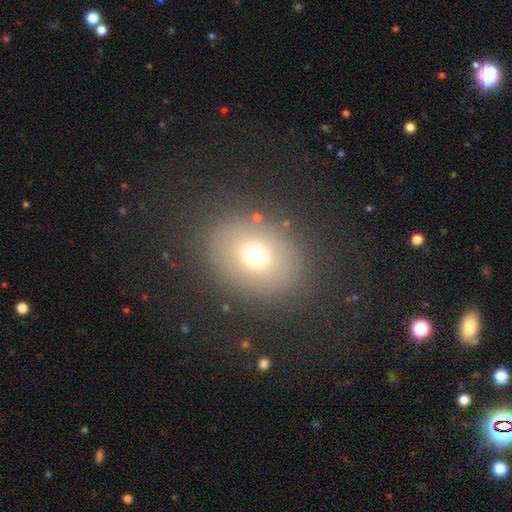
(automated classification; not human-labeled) Smooth or featured? smooth (68%)
How rounded? round (53%)
Merging? none (83%)